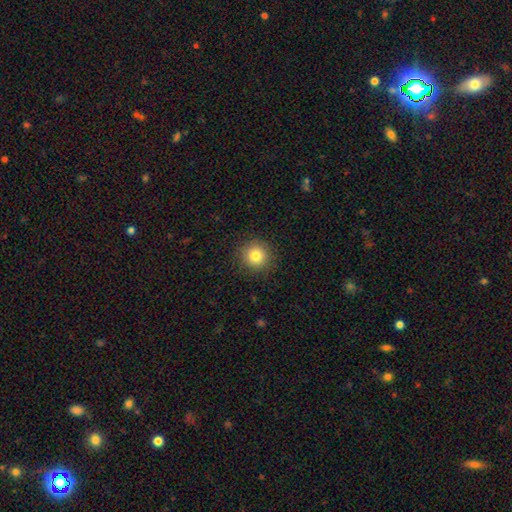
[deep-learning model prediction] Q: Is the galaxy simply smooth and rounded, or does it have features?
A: smooth — 81%.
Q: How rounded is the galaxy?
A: round — 94%.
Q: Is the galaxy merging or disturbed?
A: none — 90%.